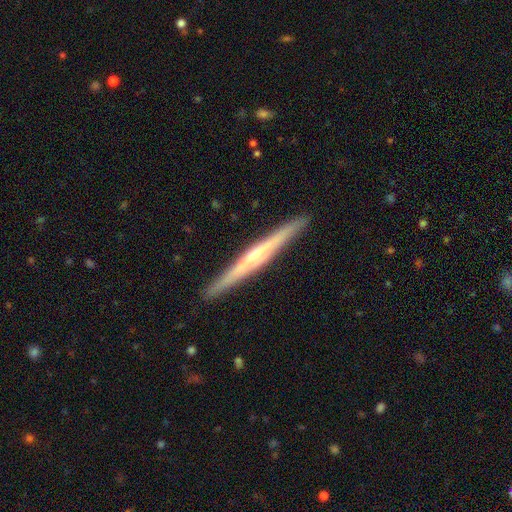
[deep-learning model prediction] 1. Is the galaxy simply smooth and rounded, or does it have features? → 74% featured or disk, 21% smooth, 5% star or artifact.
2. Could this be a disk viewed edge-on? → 98% yes, 2% no.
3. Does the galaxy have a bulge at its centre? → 61% rounded, 29% none, 10% boxy.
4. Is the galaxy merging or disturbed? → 92% none, 6% minor disturbance, 1% major disturbance, 1% merger.